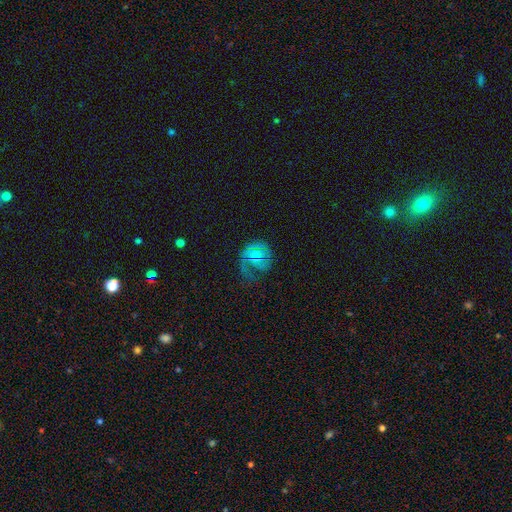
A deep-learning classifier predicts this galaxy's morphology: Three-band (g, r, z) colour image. It shows a featured or disk galaxy (60%) with no bar (65%), spiral arms (79%) and a small central bulge (59%). Merging: none (38%).